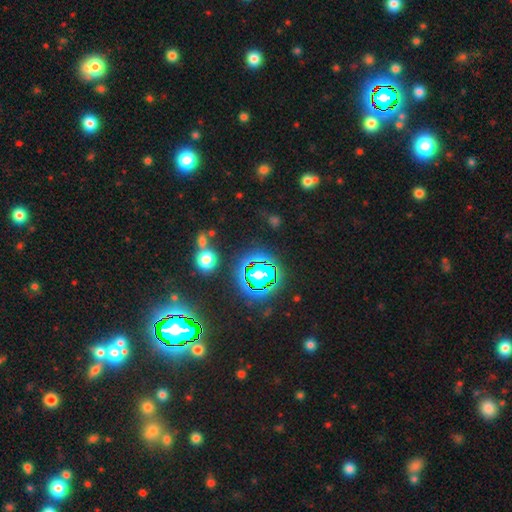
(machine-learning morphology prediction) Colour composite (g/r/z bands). It shows a star or artifact, not a galaxy (79%).